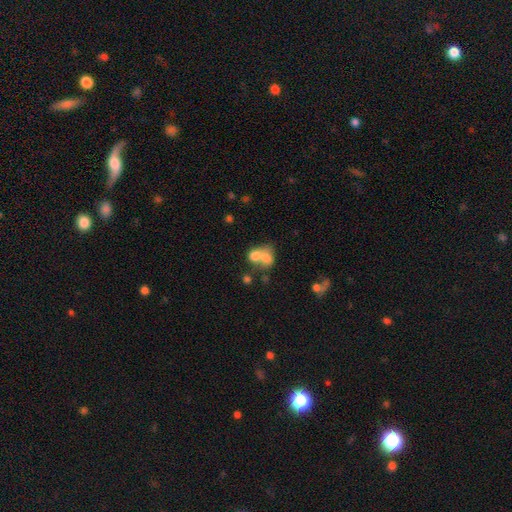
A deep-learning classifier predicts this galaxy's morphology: smooth-or-featured: smooth: 70% | featured or disk: 19% | star or artifact: 11%
  how-rounded: round: 53% | in between: 46% | cigar-shaped: 1%
  merging: merger: 68% | none: 21% | minor disturbance: 6% | major disturbance: 5%